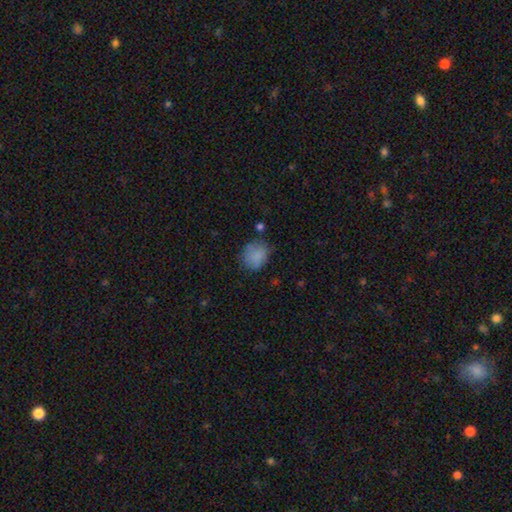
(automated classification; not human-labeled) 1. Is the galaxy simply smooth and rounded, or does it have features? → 83% smooth, 10% star or artifact, 8% featured or disk.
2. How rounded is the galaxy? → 67% round, 32% in between, 1% cigar-shaped.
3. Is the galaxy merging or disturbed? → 68% none, 22% minor disturbance, 7% major disturbance, 3% merger.